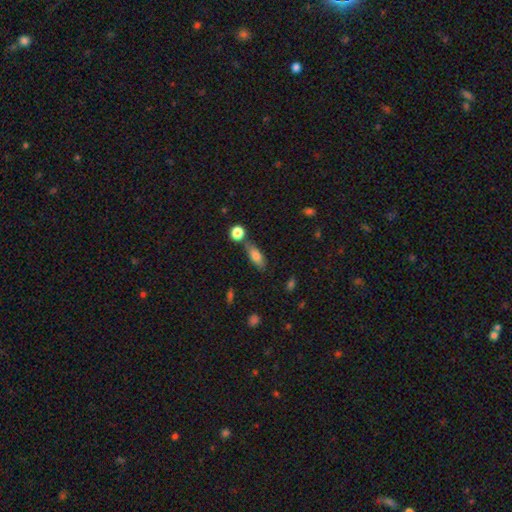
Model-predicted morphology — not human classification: smooth-or-featured: smooth: 77% | featured or disk: 15% | star or artifact: 8%
  how-rounded: in between: 65% | cigar-shaped: 28% | round: 7%
  merging: none: 65% | merger: 15% | minor disturbance: 15% | major disturbance: 4%